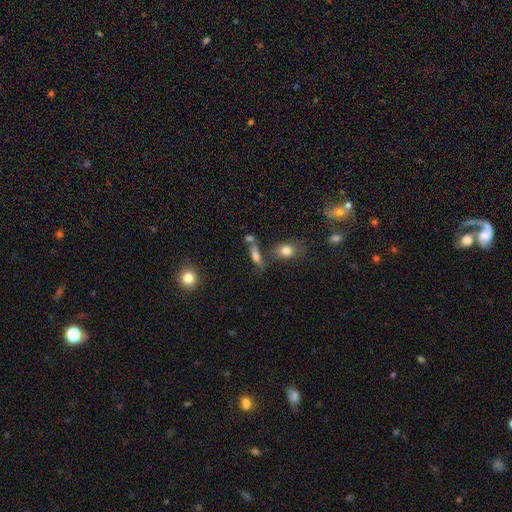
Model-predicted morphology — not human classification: Smooth or featured? Predicted: smooth (p=0.68). How rounded? Predicted: in between (p=0.54). Merging? Predicted: none (p=0.52).